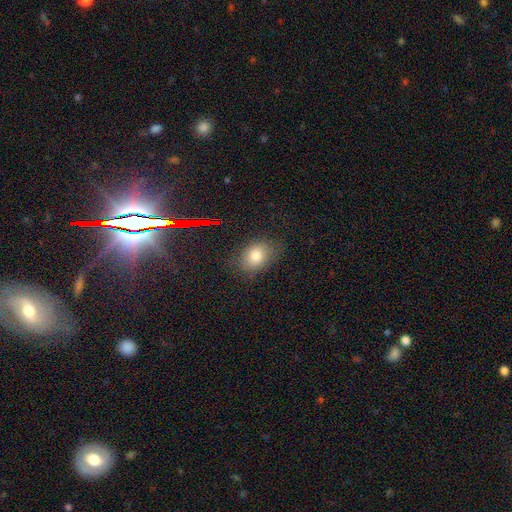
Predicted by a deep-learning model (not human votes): smooth-or-featured: smooth: 78% | star or artifact: 12% | featured or disk: 10%
  how-rounded: in between: 68% | round: 31% | cigar-shaped: 1%
  merging: none: 75% | minor disturbance: 18% | major disturbance: 6% | merger: 1%